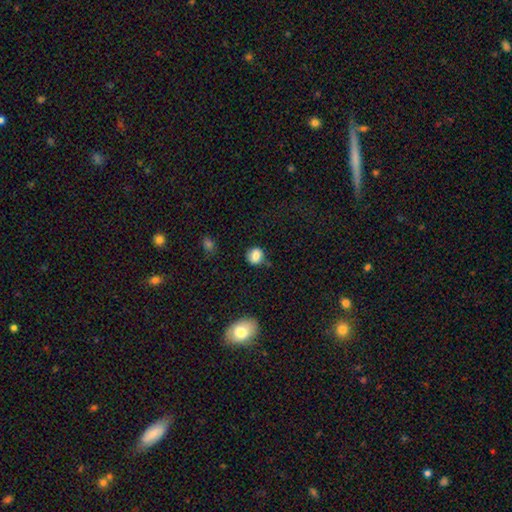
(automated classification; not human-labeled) Q: Smooth or featured?
A: smooth (82%); runner-up: star or artifact (10%)
Q: How rounded?
A: round (73%); runner-up: in between (26%)
Q: Merging?
A: none (73%); runner-up: minor disturbance (18%)